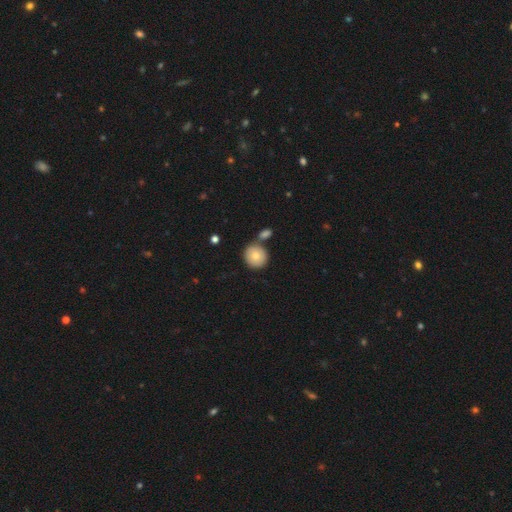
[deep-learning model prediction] smooth-or-featured: smooth: 80% | featured or disk: 12% | star or artifact: 8%
  how-rounded: round: 89% | in between: 10% | cigar-shaped: 1%
  merging: none: 70% | merger: 18% | minor disturbance: 10% | major disturbance: 3%